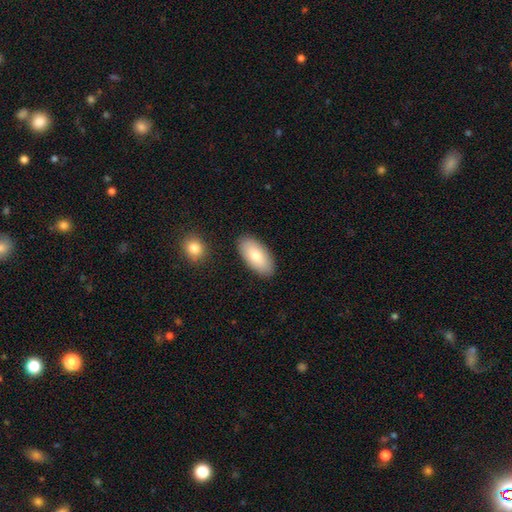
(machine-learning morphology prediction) This is likely a smooth galaxy (76%). How rounded: clearly in between (94%). Merging: clearly none (87%).